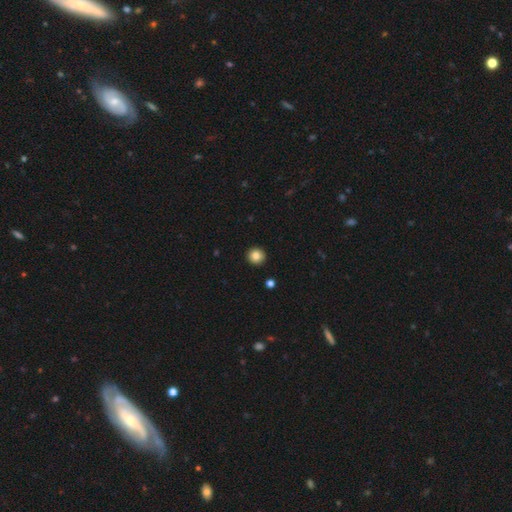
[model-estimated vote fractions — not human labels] smooth 84%, star or artifact 10%, featured or disk 6%. Down the decision tree: how rounded — round (95%); merging — none (93%).